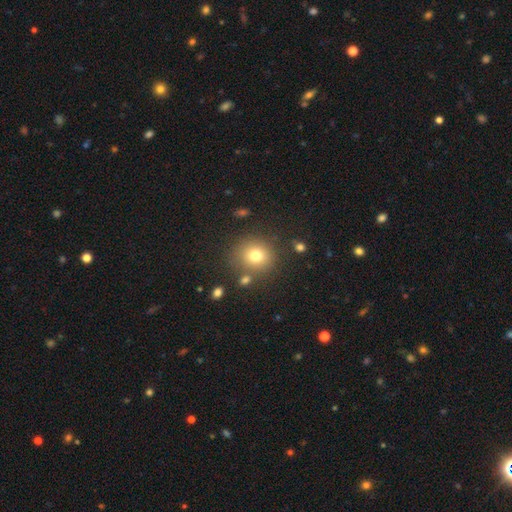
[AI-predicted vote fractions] Smooth or featured? Predicted: smooth (p=0.76). How rounded? Predicted: round (p=0.84). Merging? Predicted: none (p=0.78).